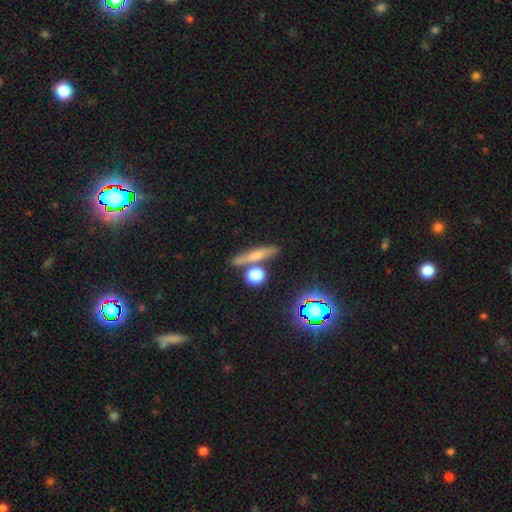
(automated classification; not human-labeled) The model was most divided on "smooth or featured": smooth: 50%, featured or disk: 32%, star or artifact: 18%. More confident: merging — none (76%); how rounded — cigar-shaped (69%).